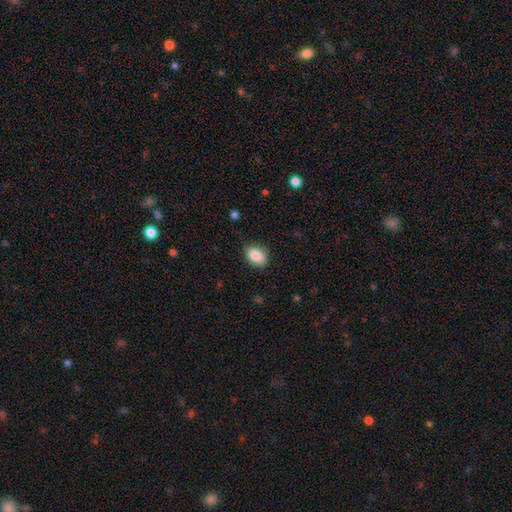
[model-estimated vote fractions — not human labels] Smooth or featured? Predicted: smooth (p=0.86). How rounded? Predicted: in between (p=0.82). Merging? Predicted: none (p=0.82).